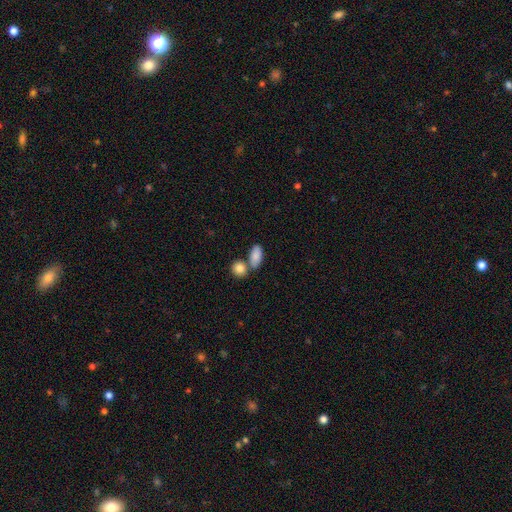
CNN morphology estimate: Q: Smooth or featured?
A: smooth (86%); runner-up: featured or disk (7%)
Q: How rounded?
A: in between (88%); runner-up: round (7%)
Q: Merging?
A: none (53%); runner-up: merger (32%)